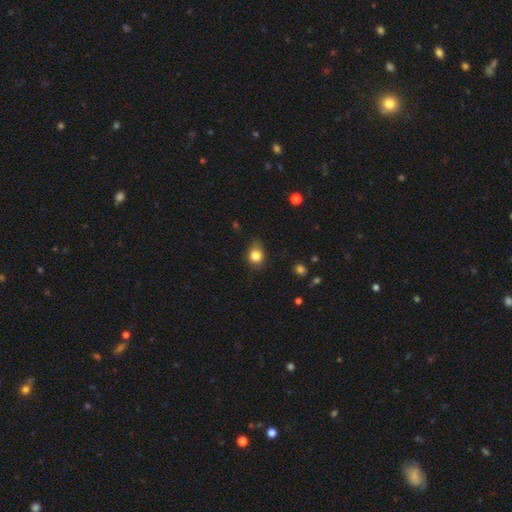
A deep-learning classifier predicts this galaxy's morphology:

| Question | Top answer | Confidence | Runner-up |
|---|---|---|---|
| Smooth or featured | smooth | 82% | star or artifact (11%) |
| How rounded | round | 57% | in between (41%) |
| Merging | none | 72% | minor disturbance (22%) |